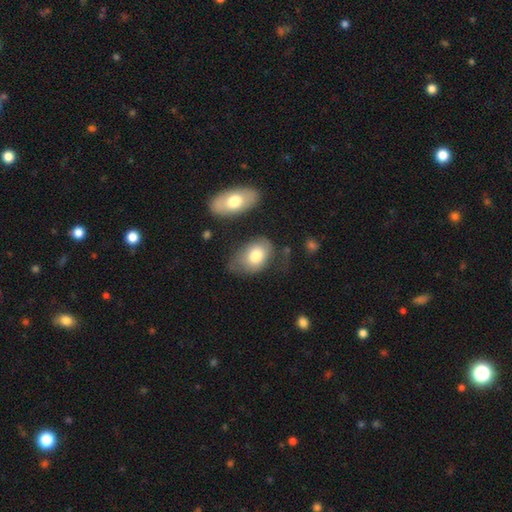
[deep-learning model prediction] Overall: smooth (71%). How rounded: in between (81%). Merging: none (43%; minor disturbance 31%).